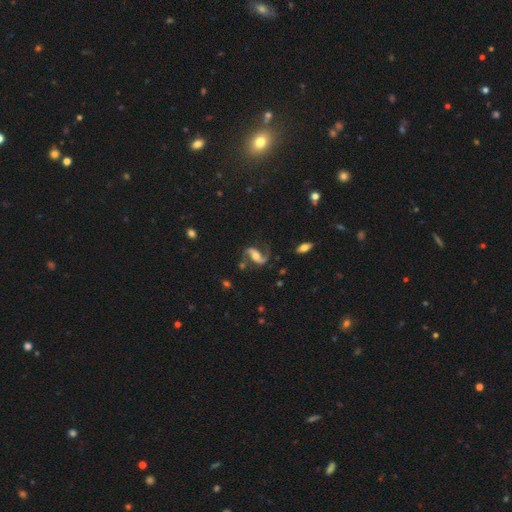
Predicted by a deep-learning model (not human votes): Overall: featured or disk (88%). Edge-on disk: no (96%). Bar: strong (36%; no 33%). Spiral arms: yes (97%). Spiral arm count: 2 (91%). Spiral winding: loose (64%; medium 30%). Bulge size: moderate (60%; small 26%). Merging: none (72%).